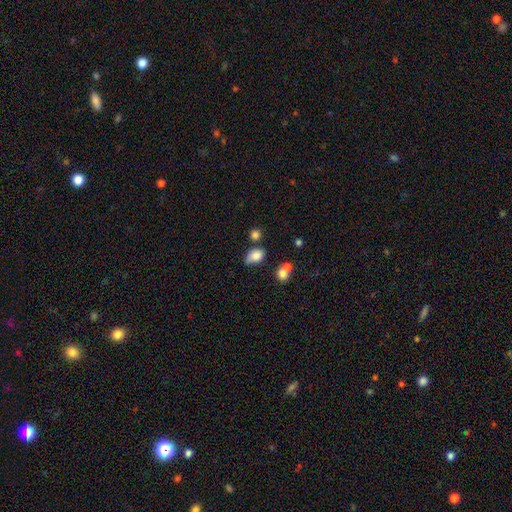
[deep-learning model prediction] Overall: smooth (81%). How rounded: in between (83%). Merging: none (50%; minor disturbance 28%).